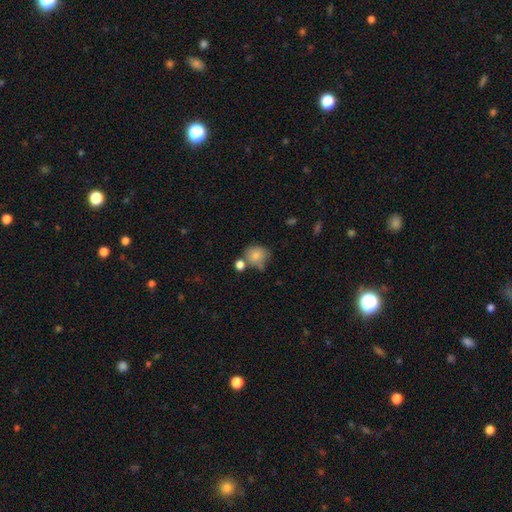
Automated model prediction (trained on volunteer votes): Smooth or featured?
  - smooth: 80% *
  - featured or disk: 10%
  - star or artifact: 9%
How rounded?
  - round: 74% *
  - in between: 25%
  - cigar-shaped: 1%
Merging?
  - none: 52% *
  - merger: 22%
  - minor disturbance: 20%
  - major disturbance: 6%